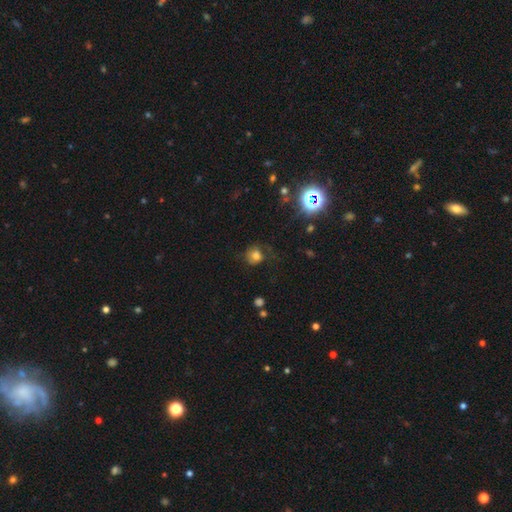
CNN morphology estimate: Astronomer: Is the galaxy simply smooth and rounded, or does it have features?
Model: smooth — 71%.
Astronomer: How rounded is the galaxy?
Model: round — 79%.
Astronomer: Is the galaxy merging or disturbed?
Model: none — 60%.